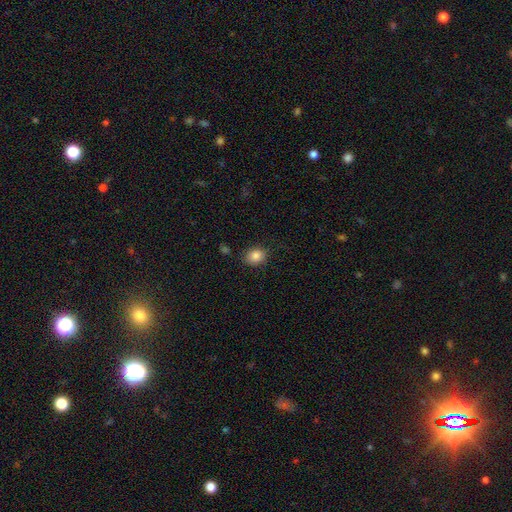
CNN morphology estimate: The model was most divided on "how rounded": round: 58%, in between: 41%, cigar-shaped: 1%. More confident: smooth or featured — smooth (85%); merging — none (83%).